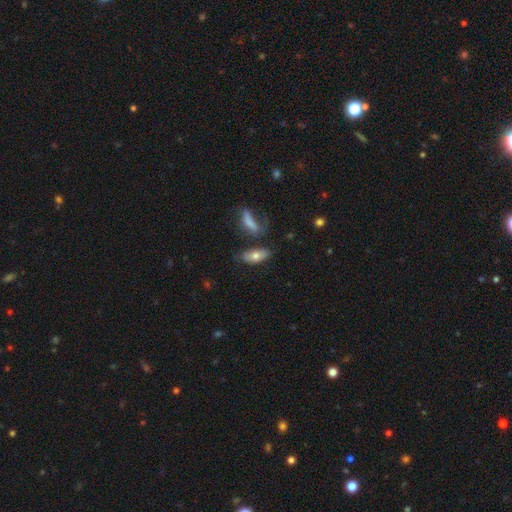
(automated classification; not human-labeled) smooth-or-featured: smooth: 69% | featured or disk: 23% | star or artifact: 7%
  how-rounded: in between: 81% | cigar-shaped: 16% | round: 3%
  merging: none: 63% | minor disturbance: 17% | merger: 13% | major disturbance: 7%